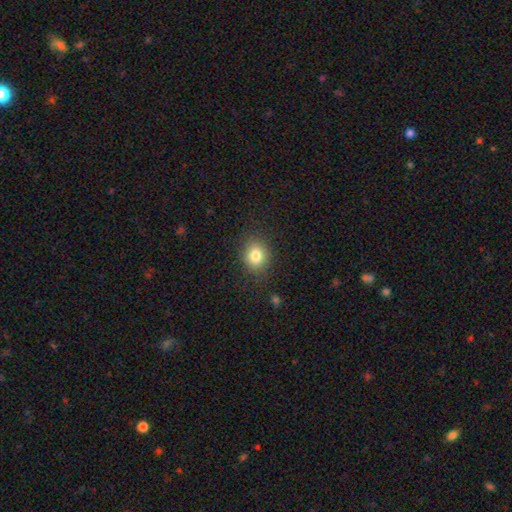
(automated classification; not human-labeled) A smooth galaxy with no disk features (81%) that is round (65%). Merging: none (84%).